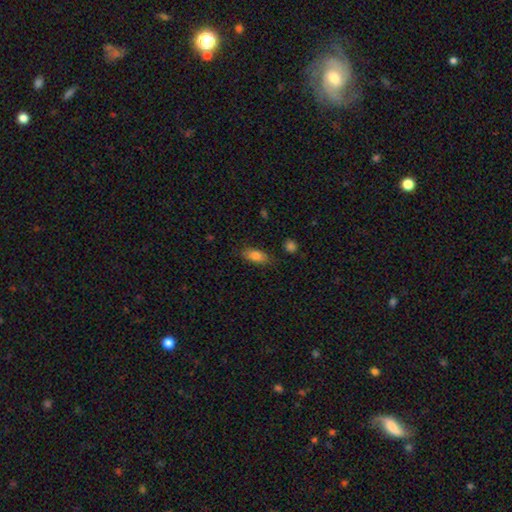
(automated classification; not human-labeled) smooth-or-featured: smooth: 82% | featured or disk: 9% | star or artifact: 9%
  how-rounded: in between: 83% | cigar-shaped: 14% | round: 4%
  merging: none: 80% | minor disturbance: 14% | major disturbance: 3% | merger: 2%